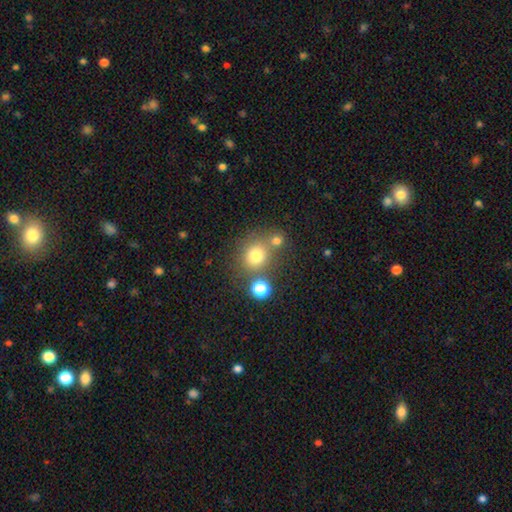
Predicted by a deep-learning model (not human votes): Morphology: type=smooth (74%); roundness=round (84%); merging=none (64%).